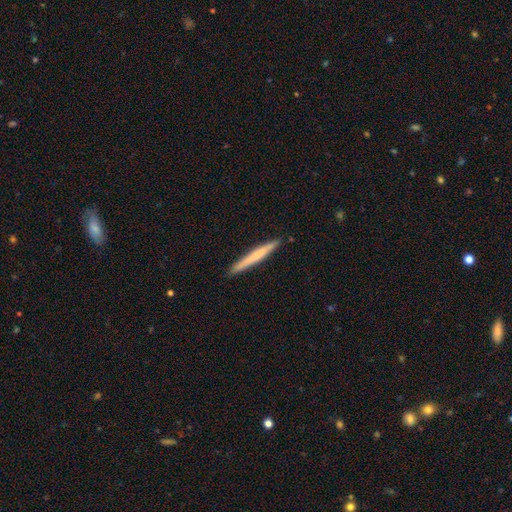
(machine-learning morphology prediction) Smooth or featured? smooth (60%)
How rounded? cigar-shaped (97%)
Merging? none (91%)